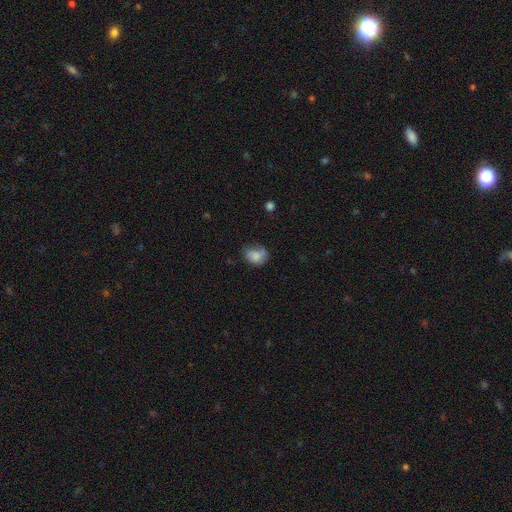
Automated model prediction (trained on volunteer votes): Q: Smooth or featured?
A: smooth (75%); runner-up: featured or disk (16%)
Q: How rounded?
A: in between (51%); runner-up: round (48%)
Q: Merging?
A: none (52%); runner-up: minor disturbance (31%)